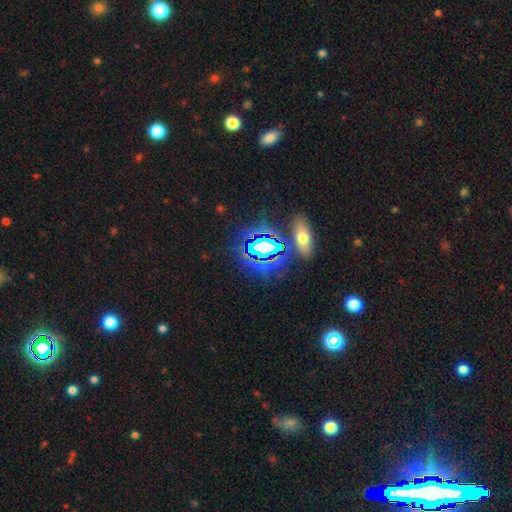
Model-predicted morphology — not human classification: The model was most divided on "smooth or featured": star or artifact: 68%, smooth: 21%, featured or disk: 11%.